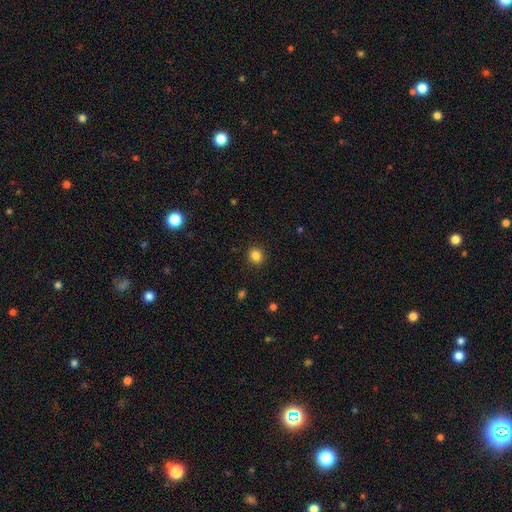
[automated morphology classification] Smooth or featured?
  - smooth: 84% *
  - star or artifact: 11%
  - featured or disk: 4%
How rounded?
  - round: 88% *
  - in between: 11%
  - cigar-shaped: 1%
Merging?
  - none: 92% *
  - minor disturbance: 5%
  - major disturbance: 2%
  - merger: 1%